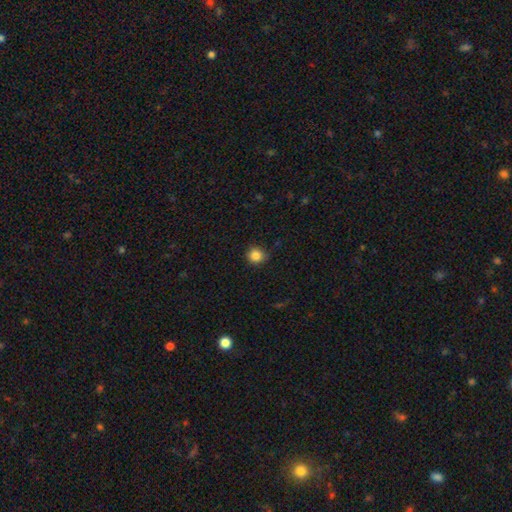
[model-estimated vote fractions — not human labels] Overall: smooth (85%). How rounded: round (90%). Merging: none (83%).